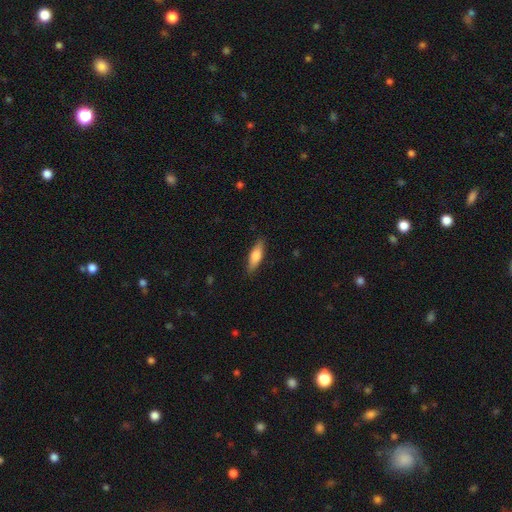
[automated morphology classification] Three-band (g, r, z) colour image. It shows a smooth galaxy with no disk features (64%) that is cigar-shaped (53%). Merging: none (87%).